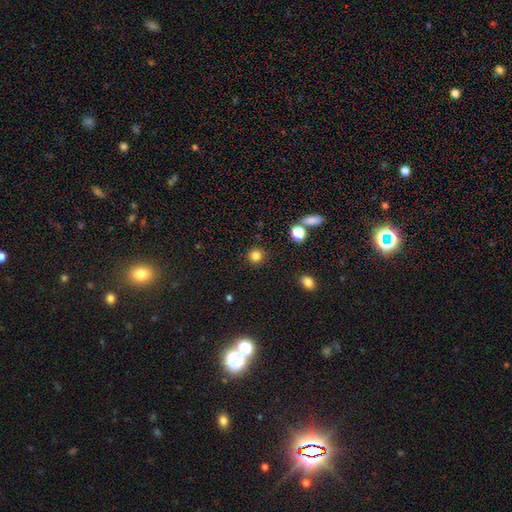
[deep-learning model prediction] Smooth or featured? smooth (82%)
How rounded? round (92%)
Merging? none (90%)